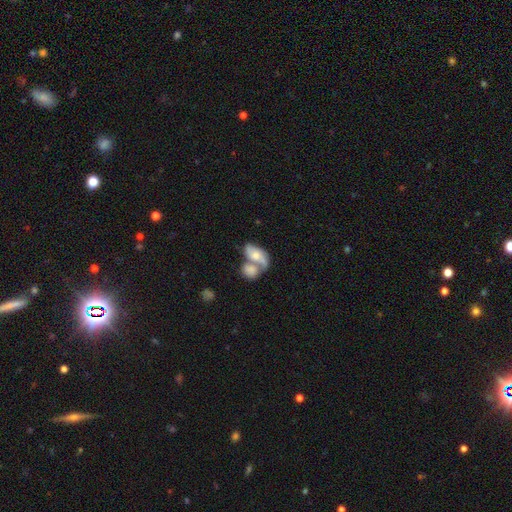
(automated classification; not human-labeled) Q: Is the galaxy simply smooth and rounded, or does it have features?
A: smooth — 48%.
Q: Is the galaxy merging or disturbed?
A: merger — 64%.